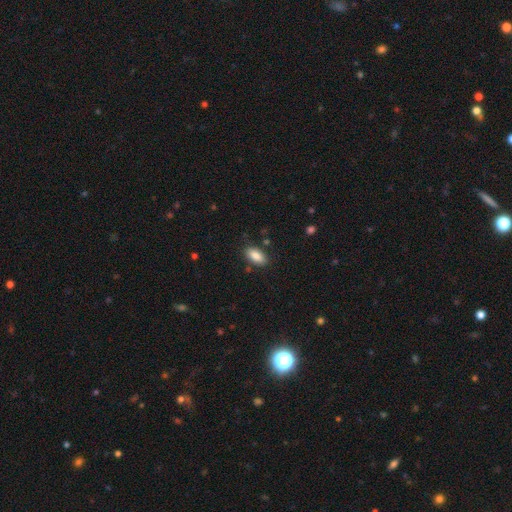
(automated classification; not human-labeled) smooth 87%, star or artifact 7%, featured or disk 6%. Down the decision tree: how rounded — in between (91%); merging — none (85%).